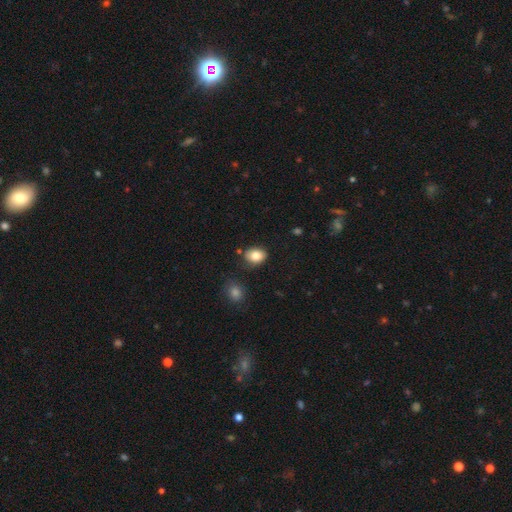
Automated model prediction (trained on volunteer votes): Smooth or featured: smooth — 83% (featured or disk — 9%)
How rounded: in between — 68% (round — 31%)
Merging: none — 79% (minor disturbance — 14%)